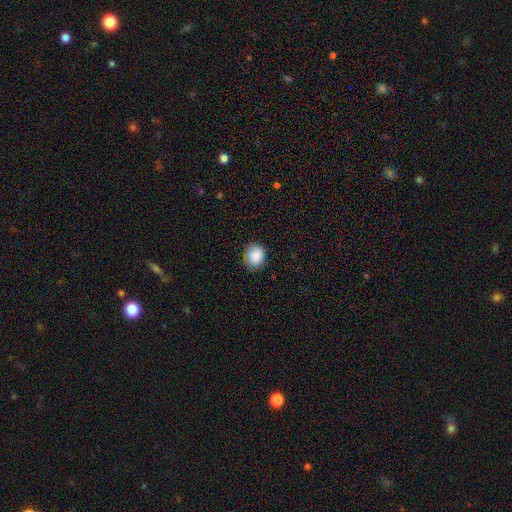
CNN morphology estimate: smooth_or_featured: smooth (p=0.86) [alt: star or artifact p=0.08]
how_rounded: round (p=0.62) [alt: in between p=0.37]
merging: none (p=0.78) [alt: minor disturbance p=0.18]